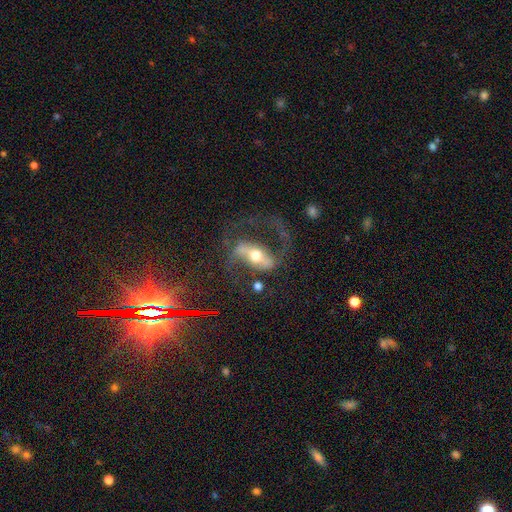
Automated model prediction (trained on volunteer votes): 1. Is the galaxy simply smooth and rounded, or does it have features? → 81% featured or disk, 12% smooth, 7% star or artifact.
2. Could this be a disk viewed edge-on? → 91% no, 9% yes.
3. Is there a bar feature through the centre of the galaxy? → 59% strong, 25% weak, 16% no.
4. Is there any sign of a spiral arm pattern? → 86% yes, 14% no.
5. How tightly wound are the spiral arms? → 53% loose, 38% medium, 9% tight.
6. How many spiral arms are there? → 85% 2, 8% 1, 3% can't tell, 1% 3, 1% 4, 1% more than 4.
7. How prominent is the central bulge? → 70% moderate, 16% small, 11% large, 2% dominant, 1% none.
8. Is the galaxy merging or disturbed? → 57% none, 24% major disturbance, 15% minor disturbance, 4% merger.